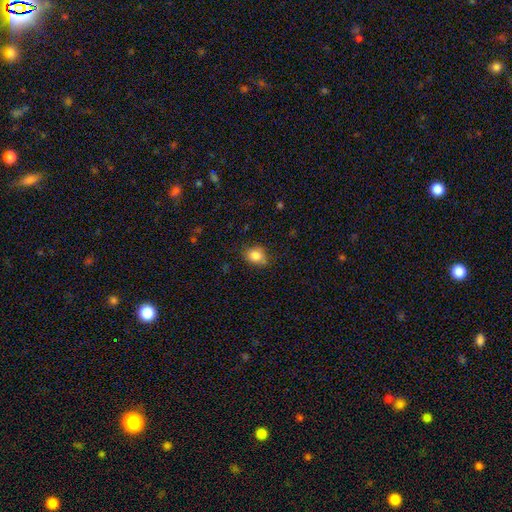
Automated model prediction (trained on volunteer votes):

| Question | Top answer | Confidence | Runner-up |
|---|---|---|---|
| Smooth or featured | smooth | 81% | star or artifact (10%) |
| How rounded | round | 54% | in between (44%) |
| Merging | none | 68% | minor disturbance (24%) |